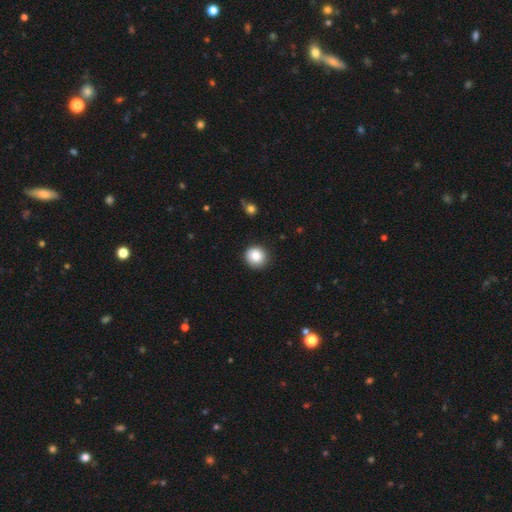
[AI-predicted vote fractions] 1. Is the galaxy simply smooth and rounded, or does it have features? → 86% smooth, 9% star or artifact, 5% featured or disk.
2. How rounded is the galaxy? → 92% round, 7% in between, 1% cigar-shaped.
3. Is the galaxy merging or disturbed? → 90% none, 7% minor disturbance, 2% major disturbance, 1% merger.